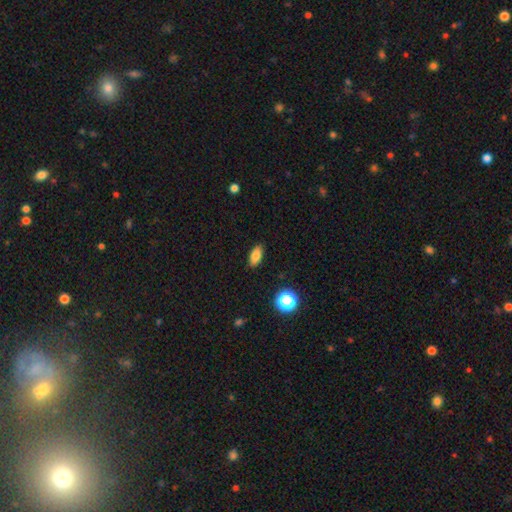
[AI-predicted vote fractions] Smooth or featured: smooth — 82% (star or artifact — 10%)
How rounded: in between — 86% (cigar-shaped — 8%)
Merging: none — 89% (minor disturbance — 8%)